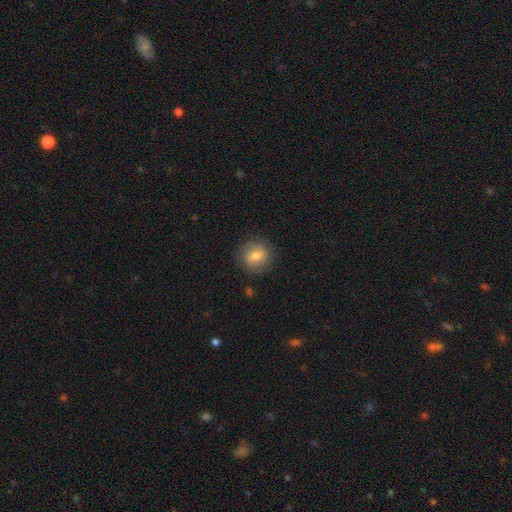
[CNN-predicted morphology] This is likely a smooth galaxy (69%). How rounded: clearly round (83%). Merging: clearly none (83%).